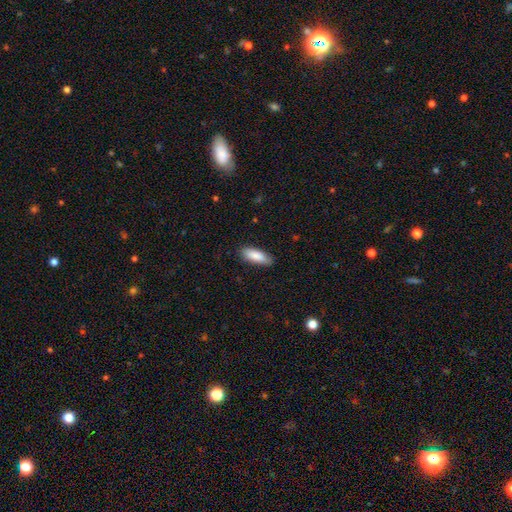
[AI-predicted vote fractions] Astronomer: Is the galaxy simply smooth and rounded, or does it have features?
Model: smooth — 86%.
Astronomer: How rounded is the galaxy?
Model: in between — 63%.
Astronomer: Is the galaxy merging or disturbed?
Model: none — 85%.